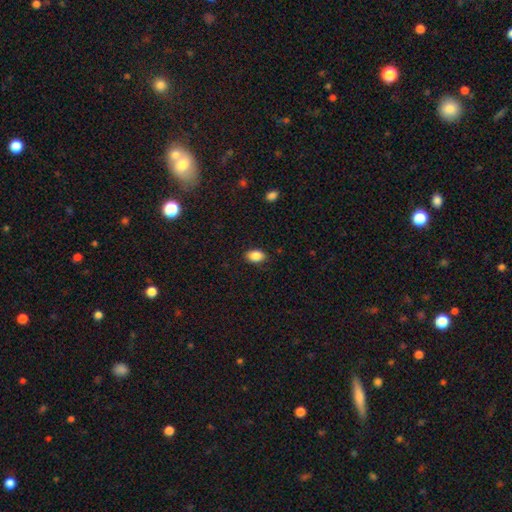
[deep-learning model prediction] Smooth or featured? smooth (87%)
How rounded? in between (88%)
Merging? none (86%)